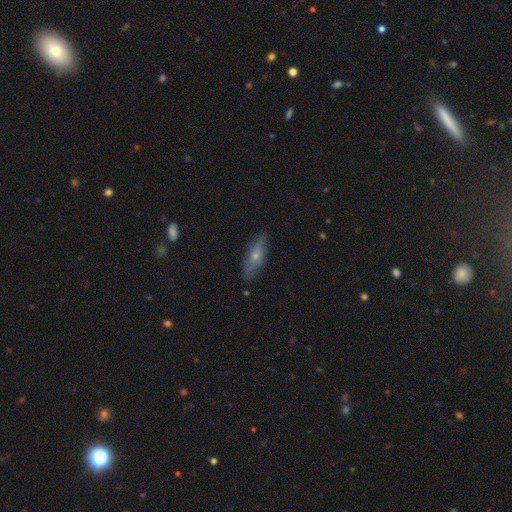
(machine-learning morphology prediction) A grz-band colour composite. It shows a smooth galaxy with no disk features (48%). Merging: none (79%).